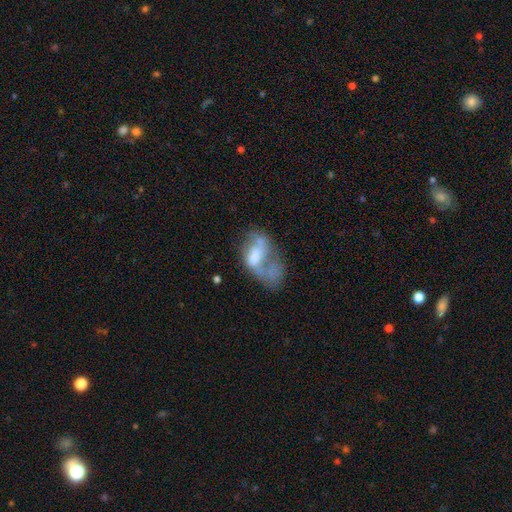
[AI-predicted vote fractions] Smooth or featured?
  - featured or disk: 49% *
  - smooth: 41%
  - star or artifact: 10%
Merging?
  - major disturbance: 39% *
  - merger: 26%
  - none: 19%
  - minor disturbance: 16%